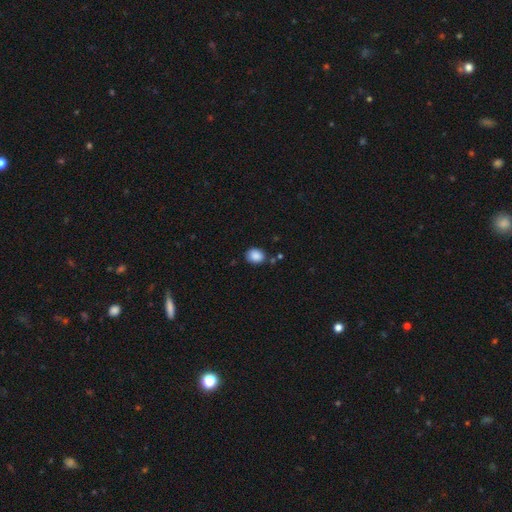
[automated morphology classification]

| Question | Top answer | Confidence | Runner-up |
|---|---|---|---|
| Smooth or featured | smooth | 88% | star or artifact (9%) |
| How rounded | round | 54% | in between (45%) |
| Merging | none | 77% | minor disturbance (15%) |